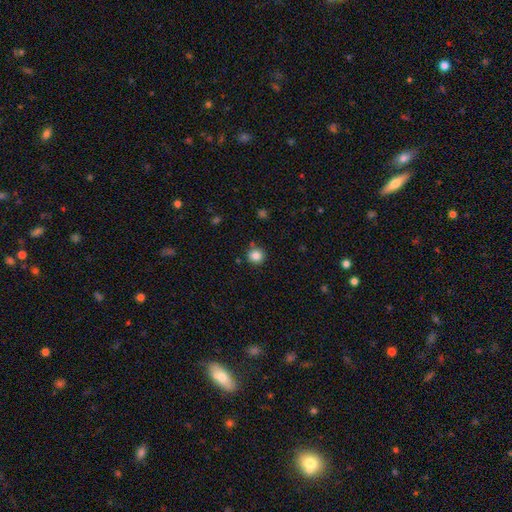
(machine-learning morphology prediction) smooth-or-featured: smooth: 84% | star or artifact: 11% | featured or disk: 5%
  how-rounded: round: 92% | in between: 7% | cigar-shaped: 1%
  merging: none: 84% | minor disturbance: 10% | merger: 4% | major disturbance: 2%